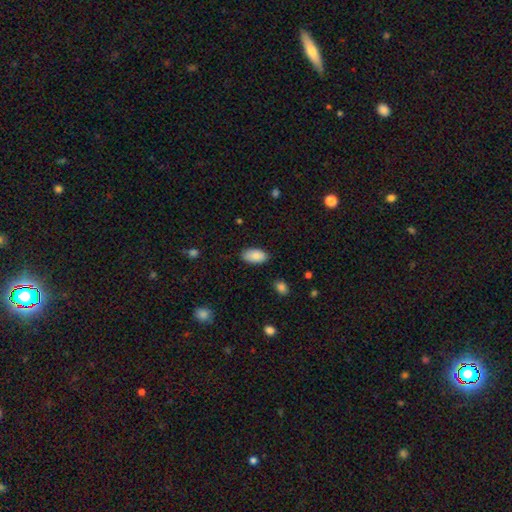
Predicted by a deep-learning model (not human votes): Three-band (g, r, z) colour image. It shows a smooth galaxy with no disk features (87%) that is in between round and cigar-shaped (95%). Merging: none (82%).